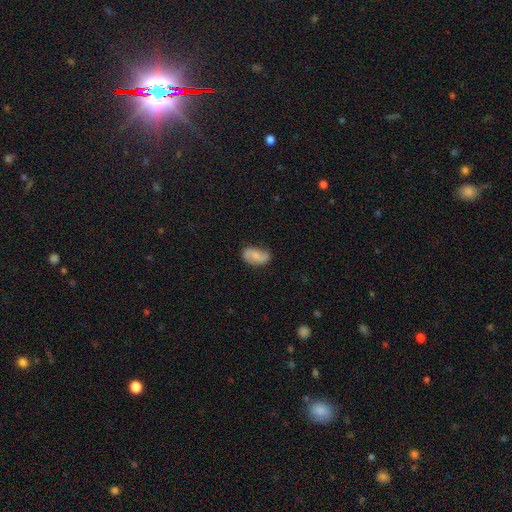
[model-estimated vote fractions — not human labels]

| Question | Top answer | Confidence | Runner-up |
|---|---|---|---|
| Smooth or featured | featured or disk | 48% | smooth (45%) |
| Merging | none | 73% | minor disturbance (20%) |